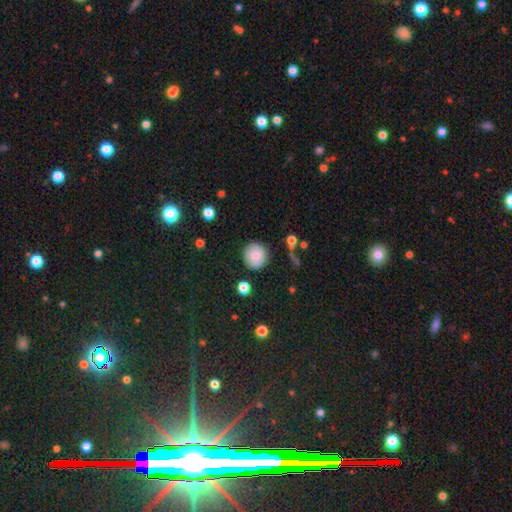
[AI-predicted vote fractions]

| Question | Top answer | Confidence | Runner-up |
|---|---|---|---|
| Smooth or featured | smooth | 82% | featured or disk (10%) |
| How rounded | round | 92% | in between (7%) |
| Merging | none | 87% | minor disturbance (8%) |